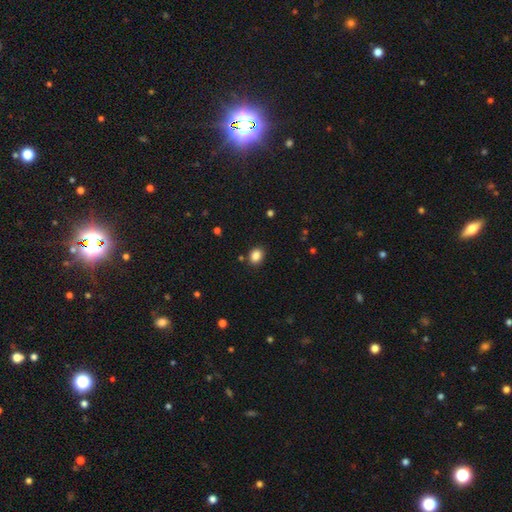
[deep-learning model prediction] This appears to be a smooth galaxy with no disk features (87%) that is in between round and cigar-shaped (51%). Merging: none (86%).